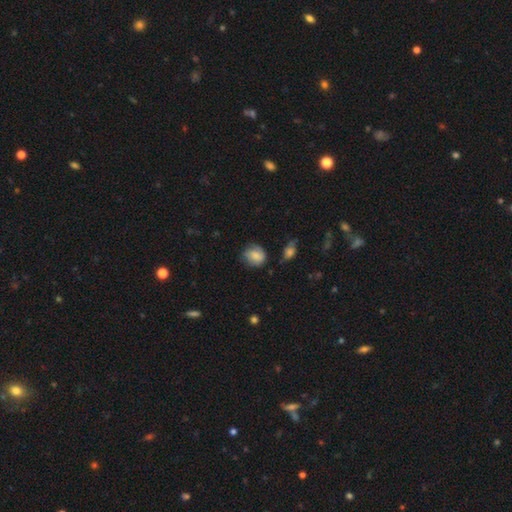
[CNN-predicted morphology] smooth-or-featured: smooth: 72% | featured or disk: 20% | star or artifact: 8%
  how-rounded: round: 69% | in between: 30% | cigar-shaped: 1%
  merging: none: 63% | minor disturbance: 26% | major disturbance: 8% | merger: 3%